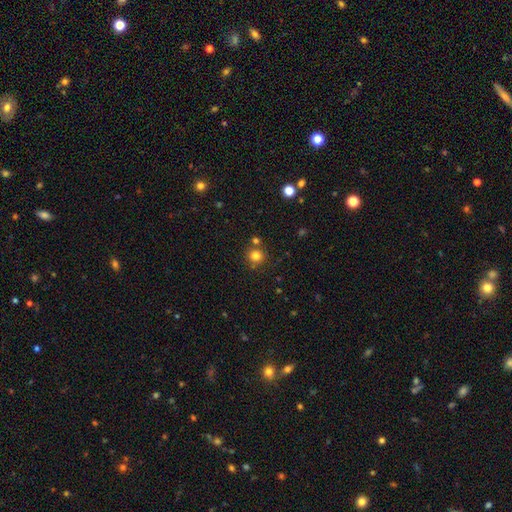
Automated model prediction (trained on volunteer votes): This appears to be a smooth galaxy with no disk features (79%) that is round (93%). Merging: none (77%).